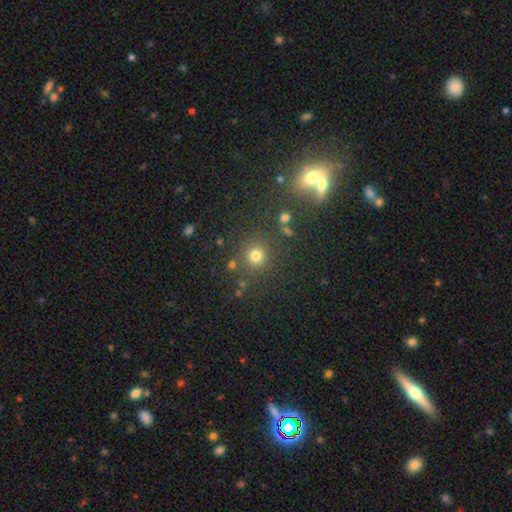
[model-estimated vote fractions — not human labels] smooth 73%, star or artifact 20%, featured or disk 7%. Down the decision tree: how rounded — round (91%); merging — none (81%).